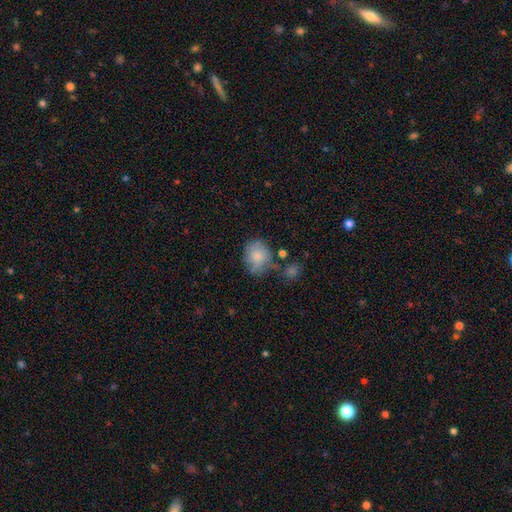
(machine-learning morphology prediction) type=smooth (79%); roundness=round (67%); merging=none (55%).